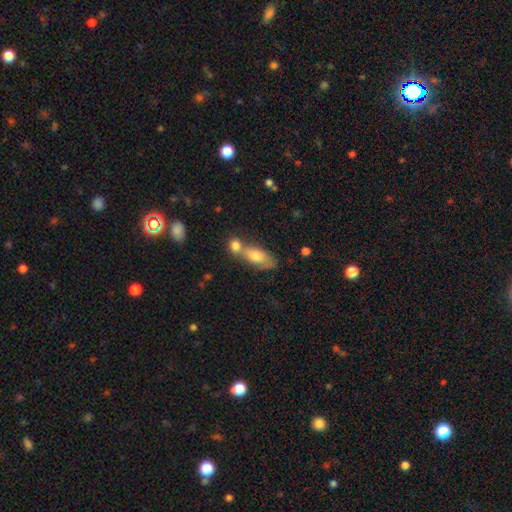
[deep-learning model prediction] This is likely a smooth galaxy (71%). How rounded: likely in between (76%). Merging: possibly merger (46%).